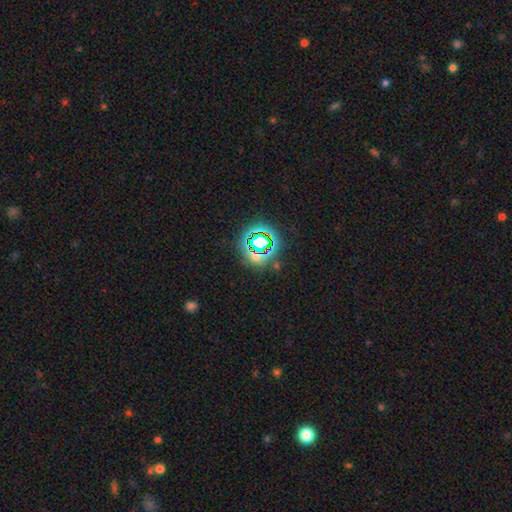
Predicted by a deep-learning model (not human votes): The model was most divided on "smooth or featured": star or artifact: 63%, smooth: 27%, featured or disk: 10%.